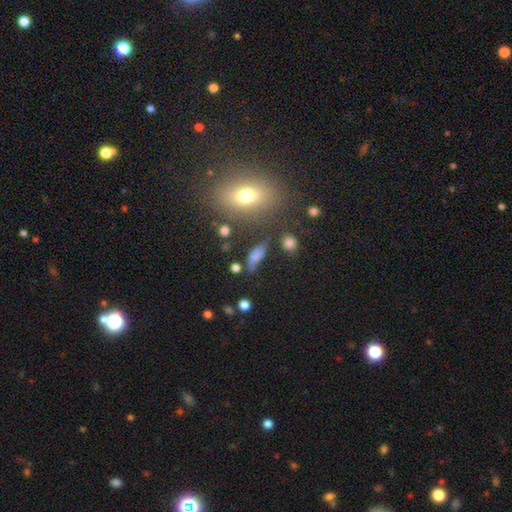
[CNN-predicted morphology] smooth_or_featured: smooth (p=0.68) [alt: featured or disk p=0.18]
how_rounded: in between (p=0.70) [alt: cigar-shaped p=0.21]
merging: none (p=0.47) [alt: minor disturbance p=0.27]